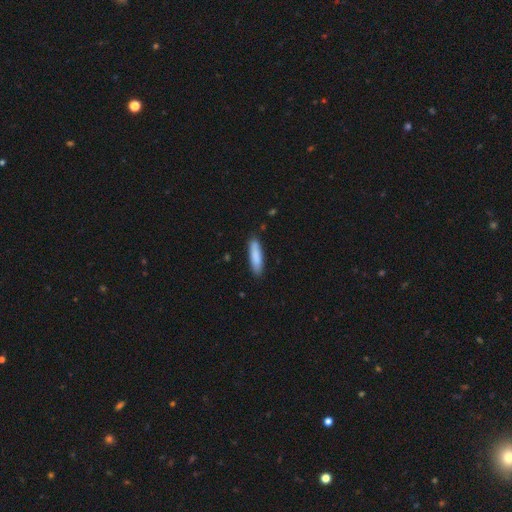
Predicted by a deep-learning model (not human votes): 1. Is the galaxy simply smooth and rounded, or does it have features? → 85% smooth, 9% featured or disk, 5% star or artifact.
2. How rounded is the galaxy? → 72% cigar-shaped, 26% in between, 1% round.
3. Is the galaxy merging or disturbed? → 86% none, 11% minor disturbance, 2% major disturbance, 1% merger.